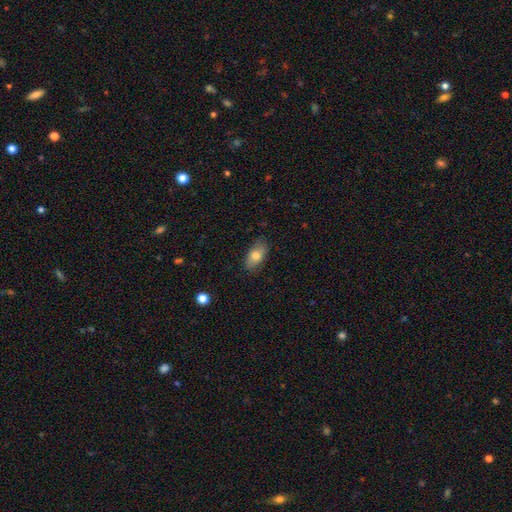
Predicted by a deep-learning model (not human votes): smooth_or_featured: smooth (p=0.77) [alt: featured or disk p=0.16]
how_rounded: in between (p=0.89) [alt: cigar-shaped p=0.06]
merging: none (p=0.81) [alt: minor disturbance p=0.15]